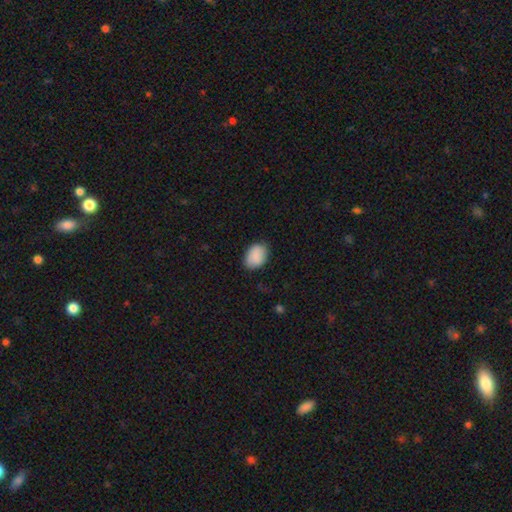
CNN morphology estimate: The model was most divided on "how rounded": in between: 81%, round: 18%, cigar-shaped: 1%. More confident: smooth or featured — smooth (89%); merging — none (81%).